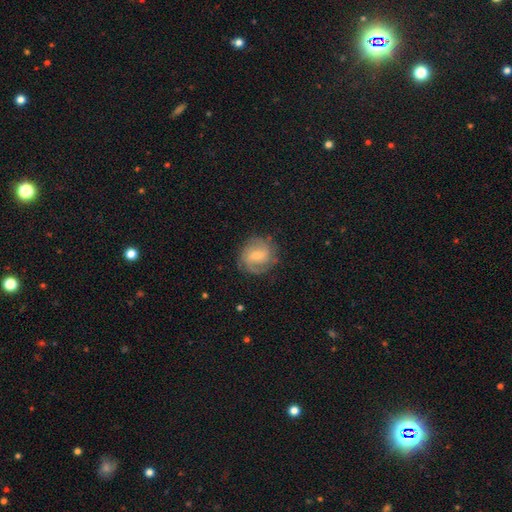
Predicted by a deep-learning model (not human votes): featured or disk 73%, smooth 20%, star or artifact 7%. Down the decision tree: edge-on disk — no (97%); bar — weak (54%); spiral arms — yes (92%); spiral arm count — 2 (46%); spiral winding — tight (46%); bulge size — small (53%); merging — none (78%).